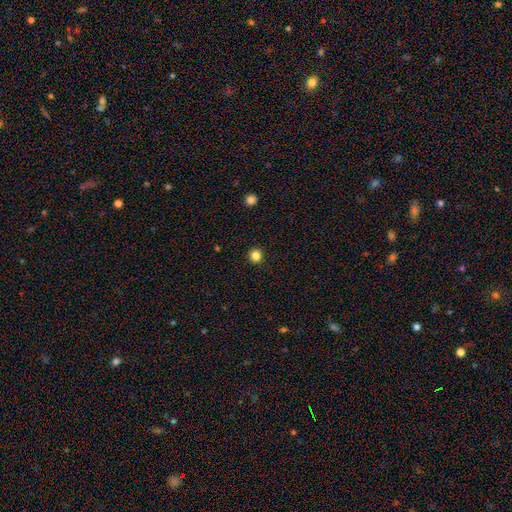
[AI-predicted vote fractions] smooth-or-featured: smooth: 84% | star or artifact: 13% | featured or disk: 4%
  how-rounded: round: 95% | in between: 4% | cigar-shaped: 1%
  merging: none: 93% | minor disturbance: 4% | major disturbance: 2% | merger: 1%